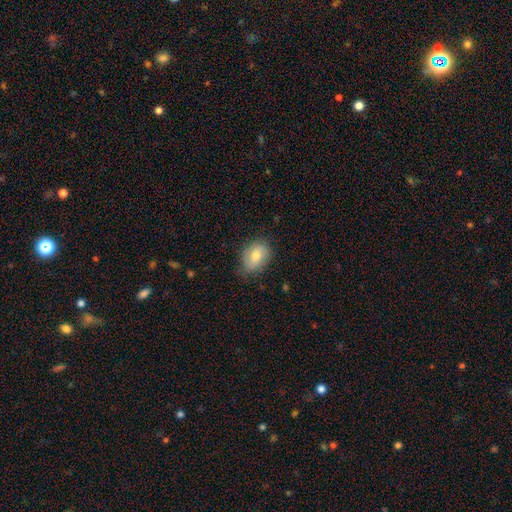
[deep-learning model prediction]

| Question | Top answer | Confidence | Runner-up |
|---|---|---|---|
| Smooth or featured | smooth | 74% | featured or disk (19%) |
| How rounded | in between | 73% | round (26%) |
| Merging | none | 74% | minor disturbance (20%) |